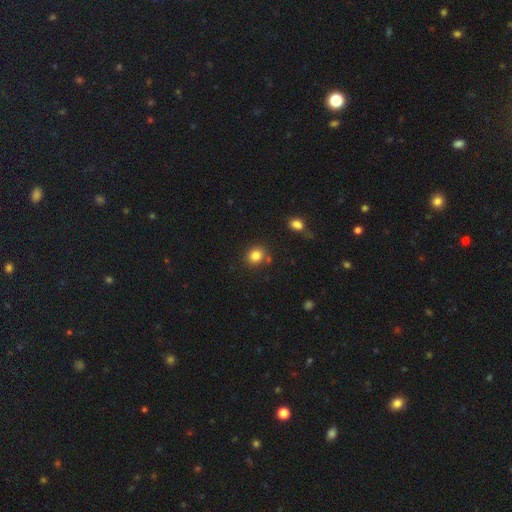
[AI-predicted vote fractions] smooth 83%, star or artifact 11%, featured or disk 6%. Down the decision tree: how rounded — round (70%); merging — none (79%).